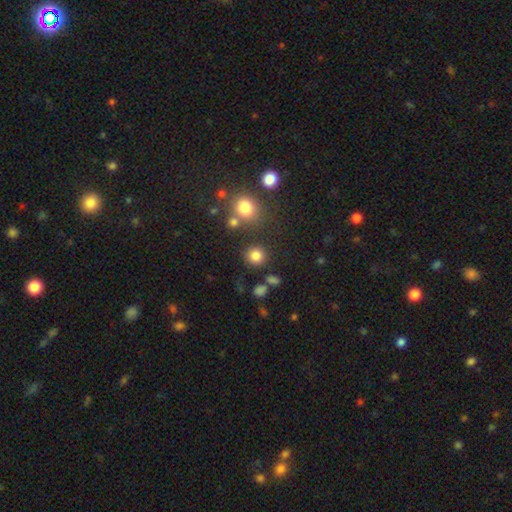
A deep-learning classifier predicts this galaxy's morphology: This appears to be a smooth galaxy with no disk features (81%) that is round (89%). Merging: none (81%).